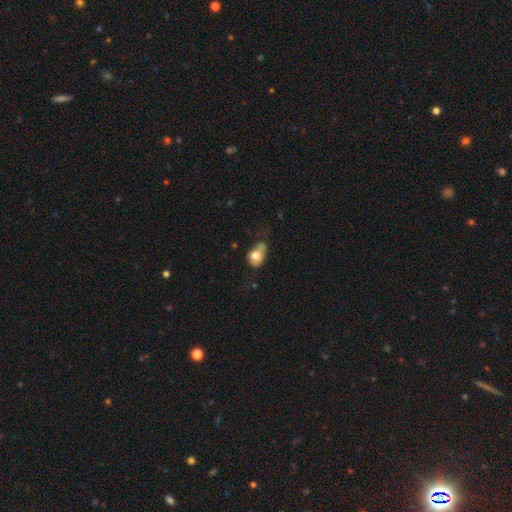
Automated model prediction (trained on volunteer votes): smooth 71%, featured or disk 20%, star or artifact 9%. Down the decision tree: how rounded — in between (71%); merging — minor disturbance (38%).